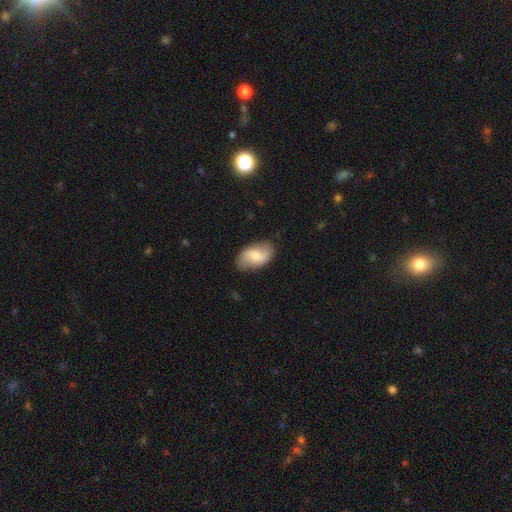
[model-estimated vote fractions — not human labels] Morphology: type=smooth (48%); merging=none (80%).